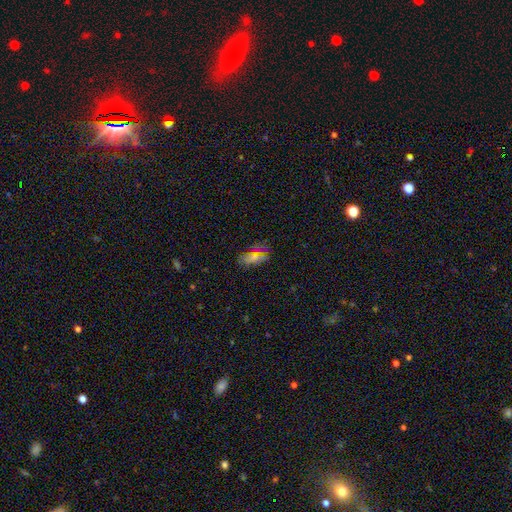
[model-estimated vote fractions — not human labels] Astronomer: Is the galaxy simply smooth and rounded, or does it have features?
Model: smooth — 56%.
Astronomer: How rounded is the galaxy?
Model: in between — 80%.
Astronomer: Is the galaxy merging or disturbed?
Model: none — 58%.